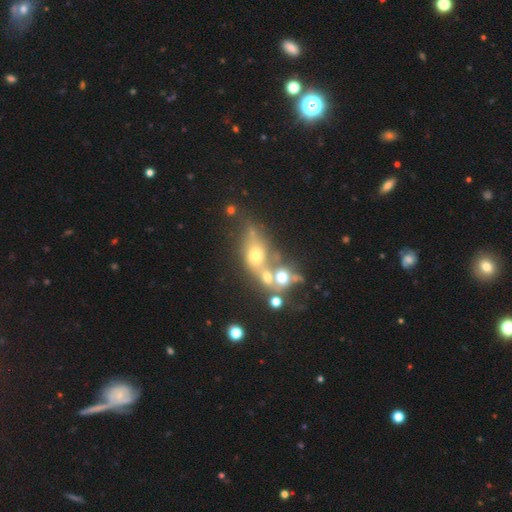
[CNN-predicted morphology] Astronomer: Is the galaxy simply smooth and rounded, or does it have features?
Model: smooth — 42% (runner-up: featured or disk, 35%).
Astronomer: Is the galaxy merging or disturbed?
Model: merger — 56%.